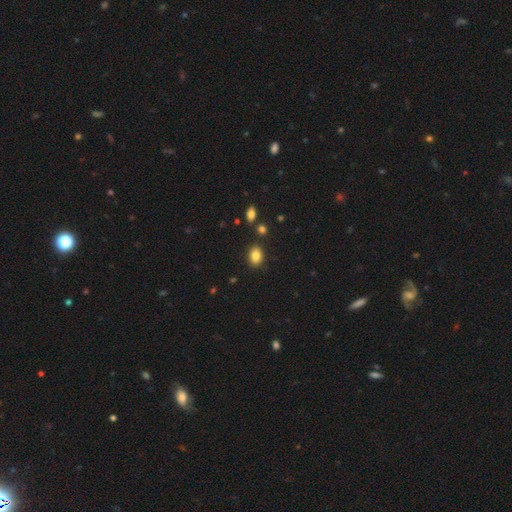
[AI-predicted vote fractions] Smooth or featured? Predicted: smooth (p=0.85). How rounded? Predicted: in between (p=0.79). Merging? Predicted: none (p=0.84).